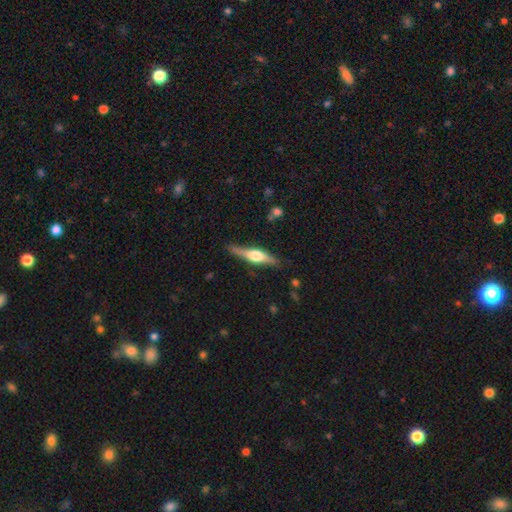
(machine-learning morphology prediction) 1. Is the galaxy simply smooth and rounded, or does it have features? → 70% featured or disk, 25% smooth, 6% star or artifact.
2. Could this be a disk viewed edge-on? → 97% yes, 3% no.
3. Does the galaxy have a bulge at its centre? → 90% rounded, 8% boxy, 2% none.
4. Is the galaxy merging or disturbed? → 84% none, 12% minor disturbance, 3% major disturbance, 2% merger.